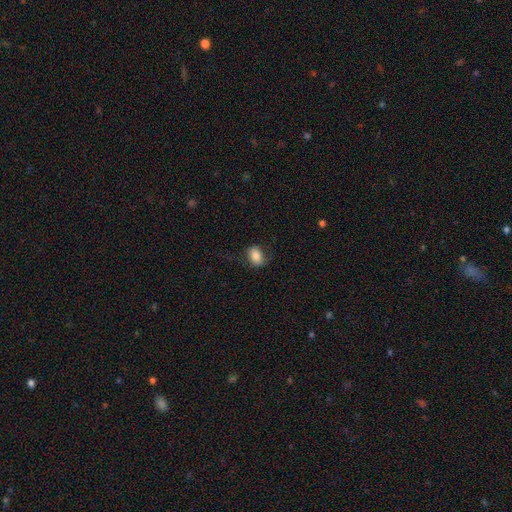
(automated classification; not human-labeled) Smooth or featured: smooth — 83% (featured or disk — 9%)
How rounded: in between — 83% (round — 15%)
Merging: none — 79% (minor disturbance — 15%)